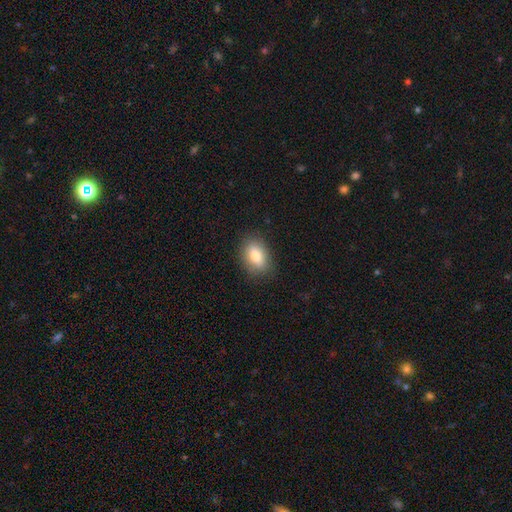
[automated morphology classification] Smooth or featured? smooth (79%)
How rounded? in between (83%)
Merging? none (85%)